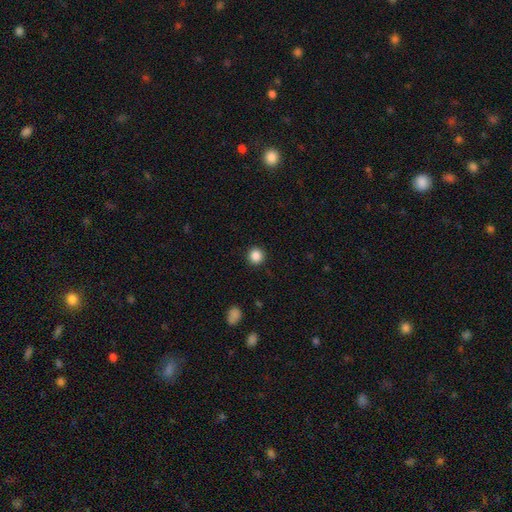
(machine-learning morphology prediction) This appears to be a smooth galaxy with no disk features (86%) that is round (94%). Merging: none (92%).